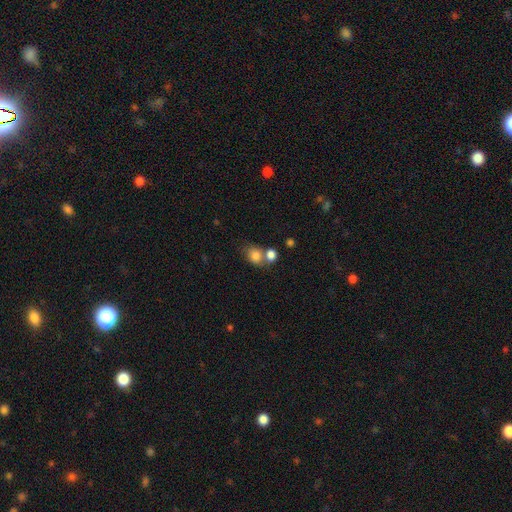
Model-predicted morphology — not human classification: smooth 82%, star or artifact 10%, featured or disk 8%. Down the decision tree: how rounded — round (54%); merging — none (44%).